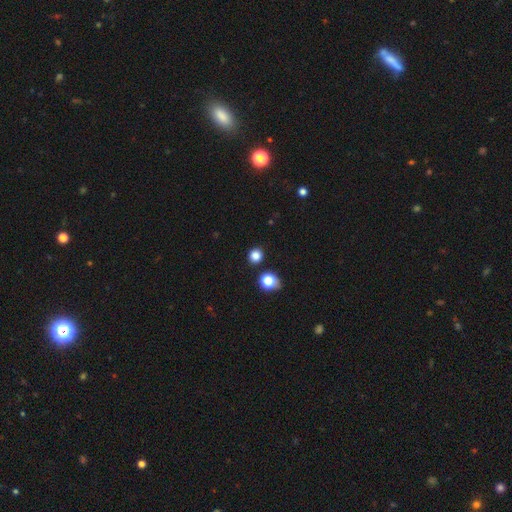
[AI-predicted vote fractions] This appears to be a smooth galaxy with no disk features (82%) that is round (89%). Merging: none (88%).